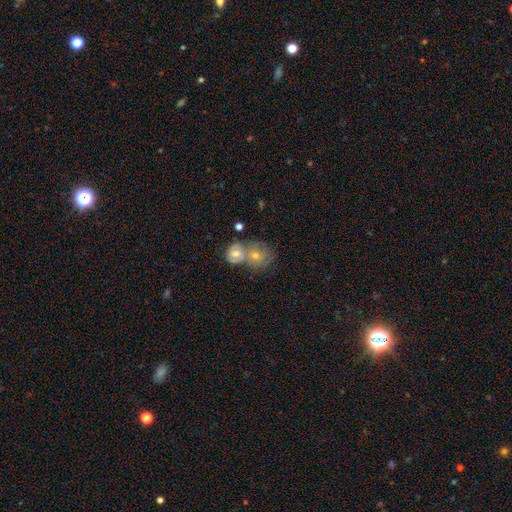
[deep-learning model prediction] A smooth galaxy with no disk features (59%) that is round (70%). Merging: merger (56%).